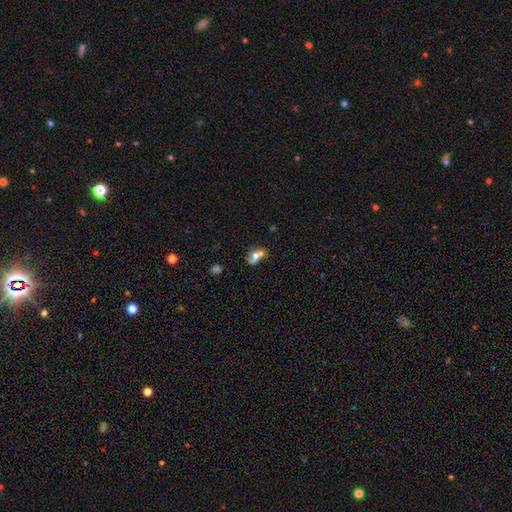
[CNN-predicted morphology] This appears to be a smooth galaxy with no disk features (58%) that is in between round and cigar-shaped (64%). Merging: merger (44%).